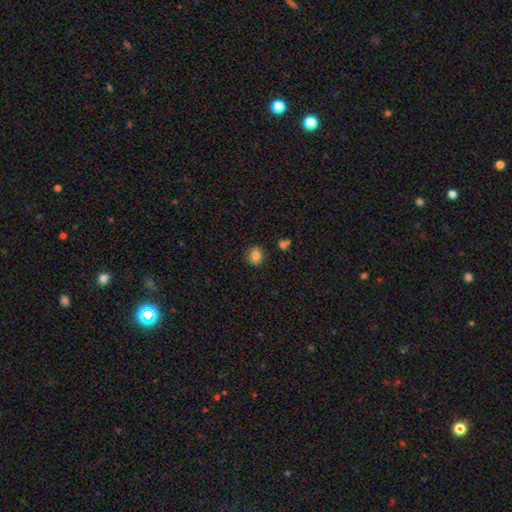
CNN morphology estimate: Overall: smooth (83%). How rounded: round (75%). Merging: none (85%).